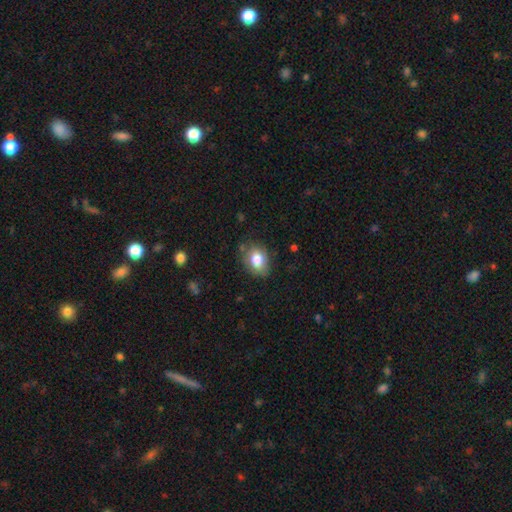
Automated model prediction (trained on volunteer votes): This appears to be a smooth galaxy with no disk features (79%) that is in between round and cigar-shaped (73%). Merging: none (74%).